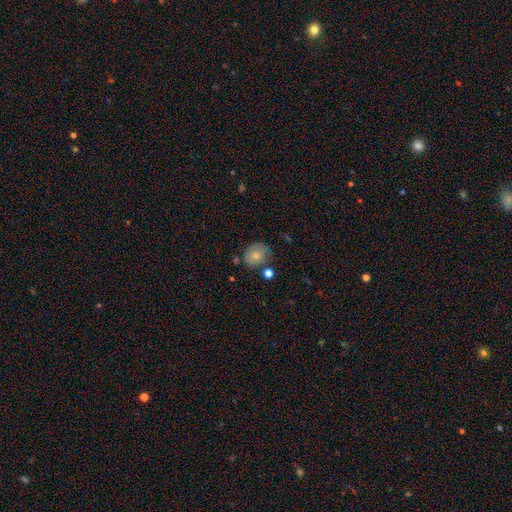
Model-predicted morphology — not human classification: Q: Smooth or featured?
A: smooth (75%); runner-up: featured or disk (15%)
Q: How rounded?
A: round (71%); runner-up: in between (28%)
Q: Merging?
A: none (67%); runner-up: minor disturbance (20%)